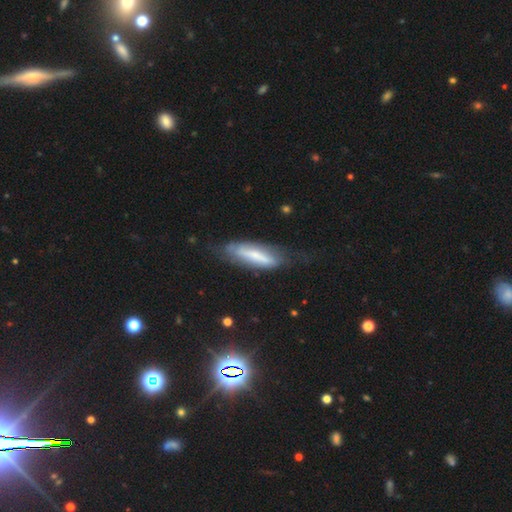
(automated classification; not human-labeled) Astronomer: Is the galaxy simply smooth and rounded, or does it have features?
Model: smooth — 47% (runner-up: featured or disk, 46%).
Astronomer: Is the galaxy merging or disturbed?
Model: none — 54%.